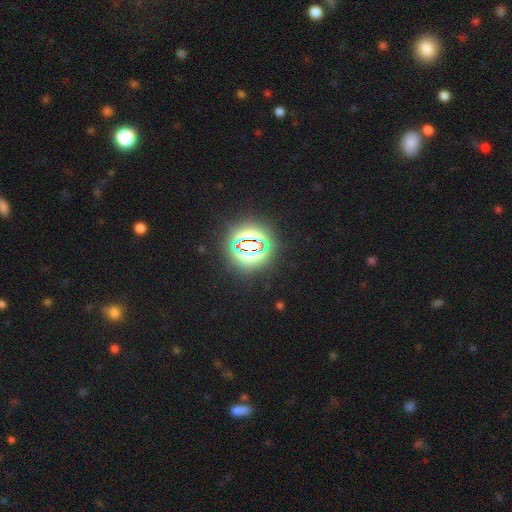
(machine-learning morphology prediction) Smooth or featured? Predicted: star or artifact (p=0.81).